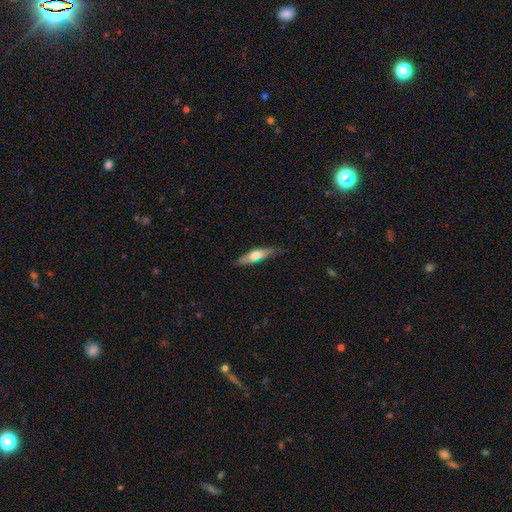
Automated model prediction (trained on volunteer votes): Smooth or featured?
  - smooth: 54% *
  - featured or disk: 40%
  - star or artifact: 6%
How rounded?
  - cigar-shaped: 70% *
  - in between: 28%
  - round: 2%
Merging?
  - none: 71% *
  - minor disturbance: 22%
  - major disturbance: 4%
  - merger: 2%